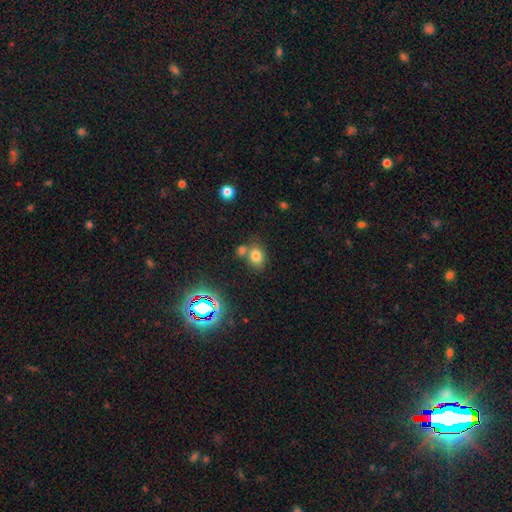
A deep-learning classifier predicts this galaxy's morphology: Q: Smooth or featured?
A: smooth (75%); runner-up: star or artifact (17%)
Q: How rounded?
A: round (50%); runner-up: in between (48%)
Q: Merging?
A: none (56%); runner-up: merger (28%)